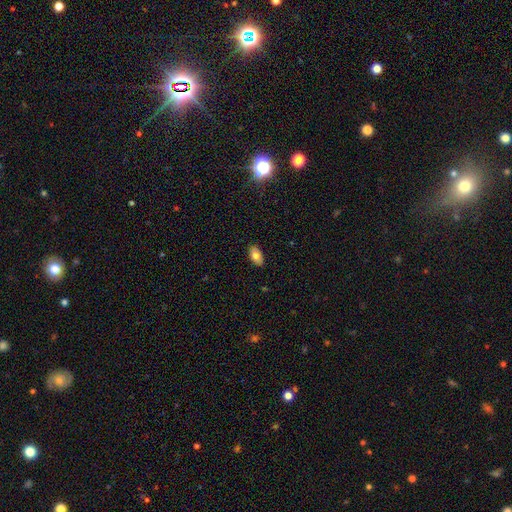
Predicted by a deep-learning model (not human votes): A smooth galaxy with no disk features (78%) that is in between round and cigar-shaped (93%). Merging: none (88%).